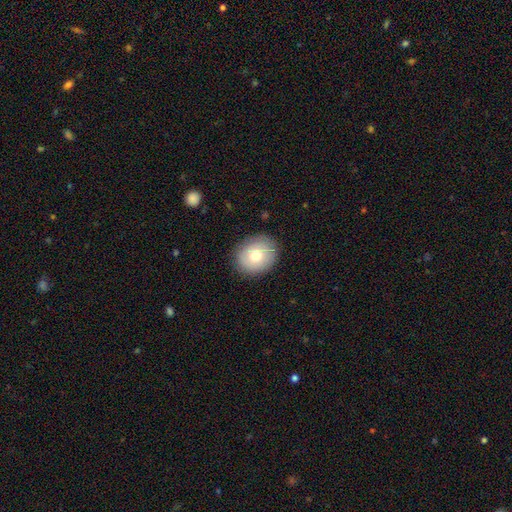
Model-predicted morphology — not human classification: The model was most divided on "how rounded": round: 66%, in between: 33%, cigar-shaped: 1%. More confident: merging — none (87%); smooth or featured — smooth (74%).